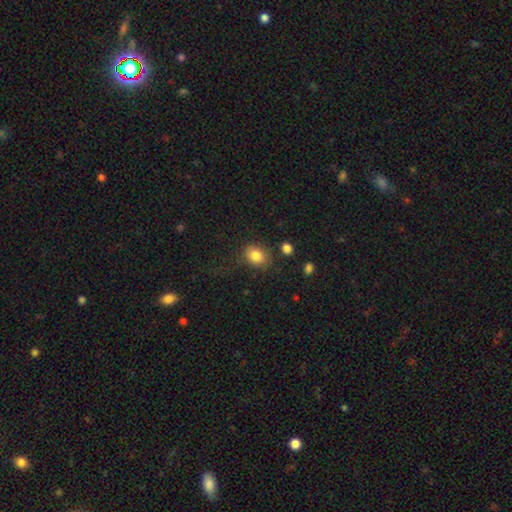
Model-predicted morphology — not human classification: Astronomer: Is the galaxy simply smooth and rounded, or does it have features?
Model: smooth — 83%.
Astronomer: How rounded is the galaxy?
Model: round — 52% (runner-up: in between, 47%).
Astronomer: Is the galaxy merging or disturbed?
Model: none — 73%.